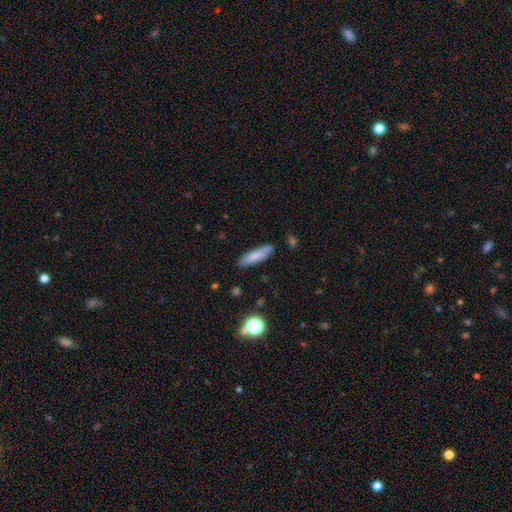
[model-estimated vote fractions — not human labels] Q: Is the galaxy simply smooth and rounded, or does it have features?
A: smooth — 78%.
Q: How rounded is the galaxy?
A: cigar-shaped — 69%.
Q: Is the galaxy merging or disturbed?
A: none — 80%.